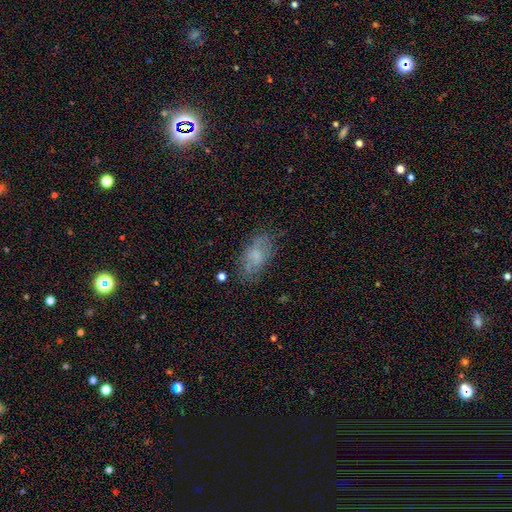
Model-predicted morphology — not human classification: A smooth galaxy with no disk features (60%) that is in between round and cigar-shaped (90%).

Vote fractions:
- Smooth or featured? smooth: 60% / featured or disk: 29% / star or artifact: 11%
- How rounded? in between: 90% / round: 5% / cigar-shaped: 5%
- Merging? none: 64% / minor disturbance: 23% / major disturbance: 11% / merger: 3%